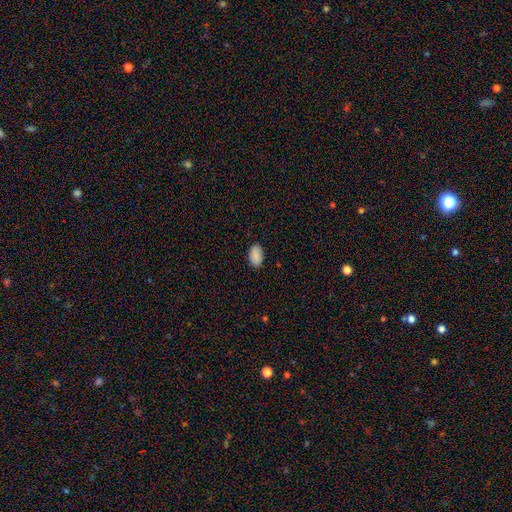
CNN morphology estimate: Smooth or featured? smooth (89%)
How rounded? in between (92%)
Merging? none (85%)